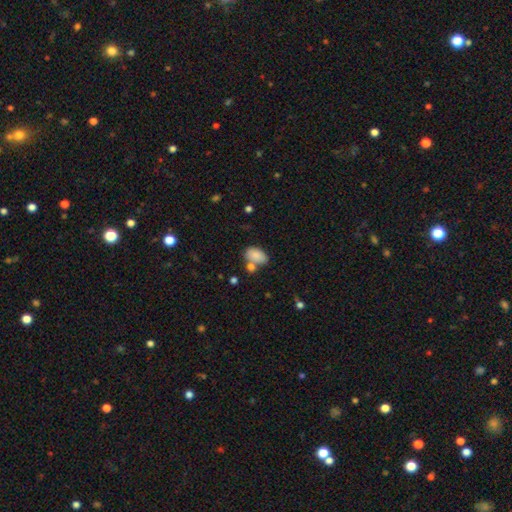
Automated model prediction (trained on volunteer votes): Overall: smooth (83%). How rounded: in between (90%). Merging: none (53%; merger 25%).